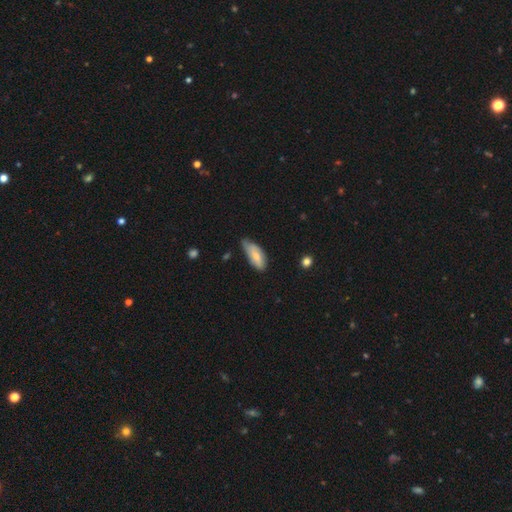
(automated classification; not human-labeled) A smooth galaxy with no disk features (67%) that is in between round and cigar-shaped (79%).

Vote fractions:
- Smooth or featured? smooth: 67% / featured or disk: 27% / star or artifact: 6%
- How rounded? in between: 79% / cigar-shaped: 19% / round: 2%
- Merging? none: 46% / minor disturbance: 43% / major disturbance: 9% / merger: 2%